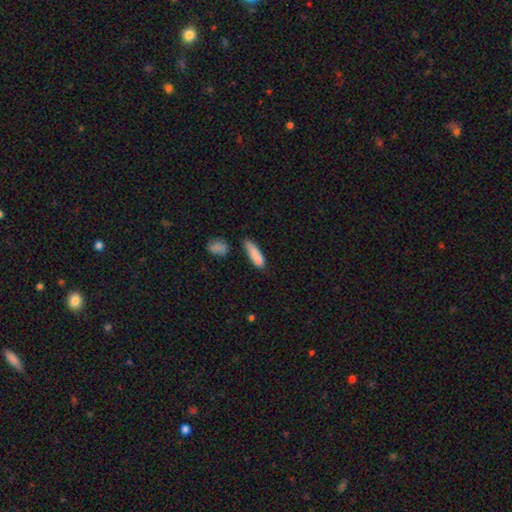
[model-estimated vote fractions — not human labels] Smooth or featured?
  - smooth: 83% *
  - featured or disk: 9%
  - star or artifact: 8%
How rounded?
  - cigar-shaped: 61% *
  - in between: 37%
  - round: 2%
Merging?
  - none: 56% *
  - minor disturbance: 27%
  - merger: 9%
  - major disturbance: 7%